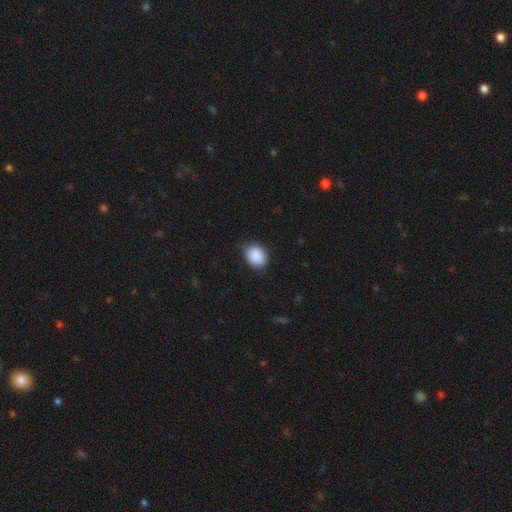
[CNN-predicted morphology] smooth_or_featured: smooth (p=0.90) [alt: star or artifact p=0.07]
how_rounded: in between (p=0.53) [alt: round p=0.46]
merging: none (p=0.78) [alt: minor disturbance p=0.18]